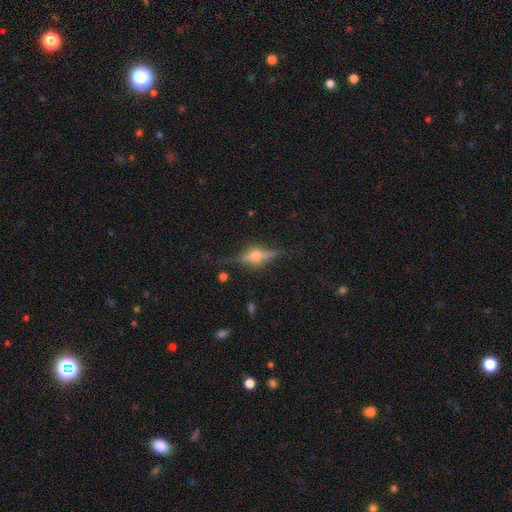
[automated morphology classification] smooth_or_featured: featured or disk (p=0.76) [alt: smooth p=0.14]
disk_edge_on: yes (p=0.95) [alt: no p=0.05]
edge_on_bulge: rounded (p=0.94) [alt: boxy p=0.05]
merging: none (p=0.80) [alt: minor disturbance p=0.13]